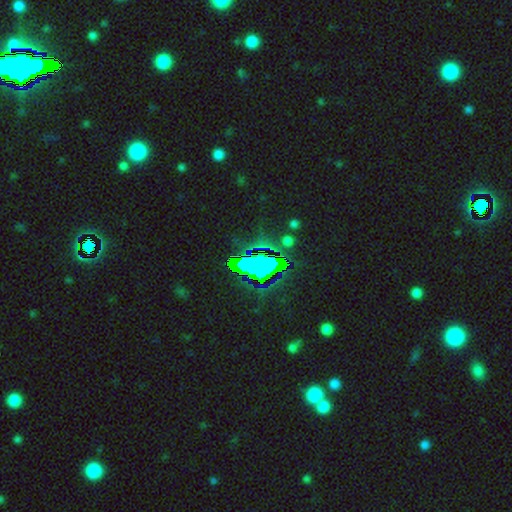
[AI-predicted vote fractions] A star or artifact, not a galaxy (79%).